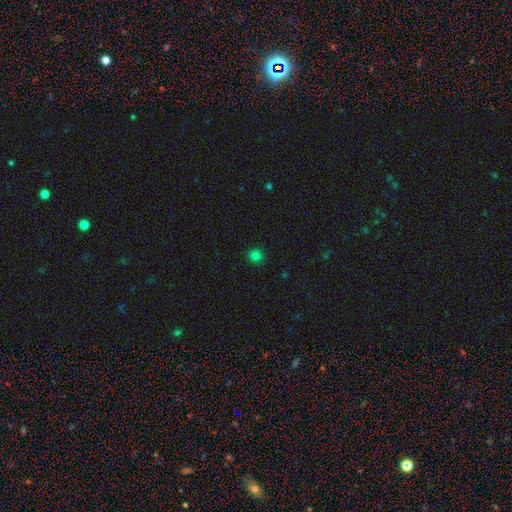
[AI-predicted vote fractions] This is likely a smooth galaxy (79%). How rounded: clearly round (88%). Merging: clearly none (90%).